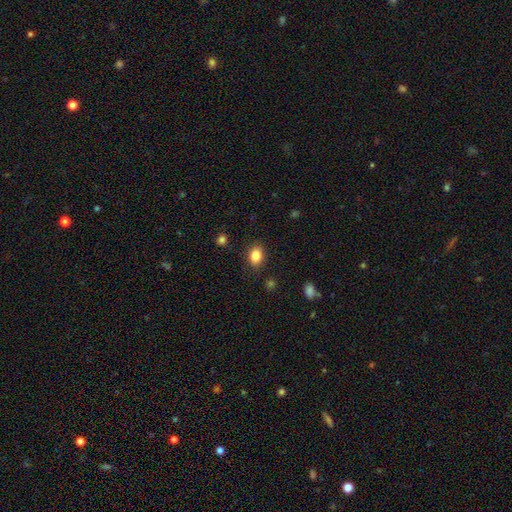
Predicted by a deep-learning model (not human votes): Morphology: type=smooth (84%); roundness=in between (65%); merging=none (87%).